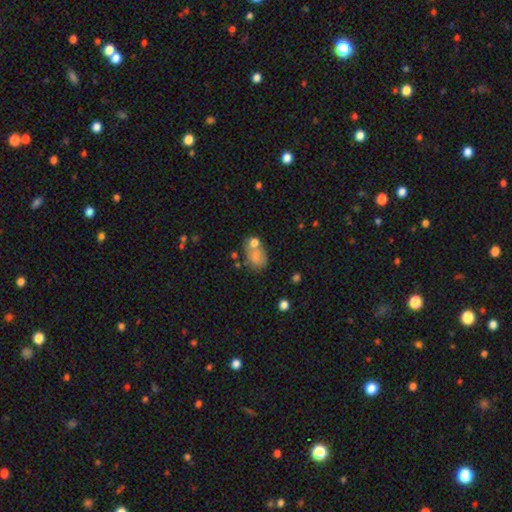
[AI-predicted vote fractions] Smooth or featured?
  - smooth: 71% *
  - featured or disk: 18%
  - star or artifact: 11%
How rounded?
  - in between: 72% *
  - round: 27%
  - cigar-shaped: 1%
Merging?
  - none: 46% *
  - merger: 28%
  - minor disturbance: 18%
  - major disturbance: 8%